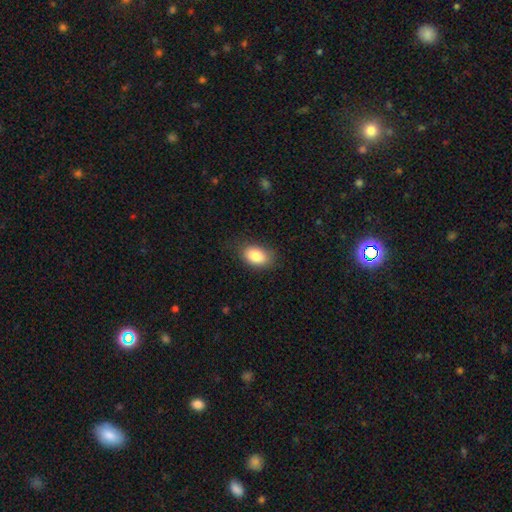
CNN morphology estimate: Overall: smooth (87%). How rounded: in between (89%). Merging: none (77%).